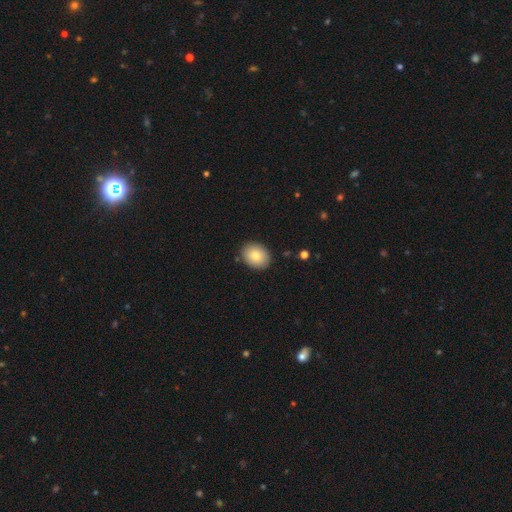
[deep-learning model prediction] Smooth or featured? smooth (83%)
How rounded? in between (54%)
Merging? none (88%)